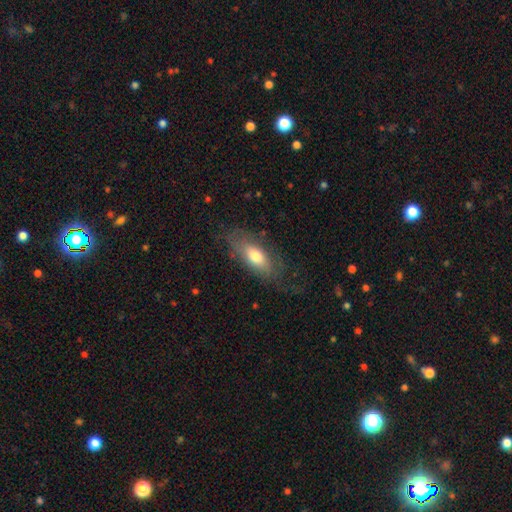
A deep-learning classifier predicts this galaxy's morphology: This appears to be a smooth galaxy with no disk features (63%) that is in between round and cigar-shaped (80%). Merging: none (63%).